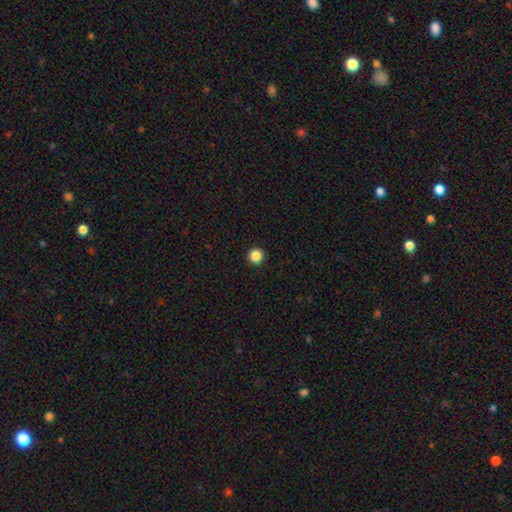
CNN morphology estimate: A smooth galaxy with no disk features (87%) that is round (96%).

Vote fractions:
- Smooth or featured? smooth: 87% / star or artifact: 11% / featured or disk: 3%
- How rounded? round: 96% / in between: 3% / cigar-shaped: 1%
- Merging? none: 94% / minor disturbance: 4% / major disturbance: 1% / merger: 1%